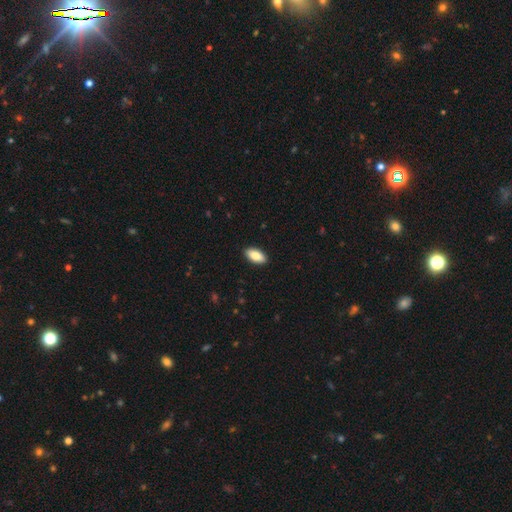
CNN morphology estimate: Overall: smooth (86%). How rounded: in between (91%). Merging: none (91%).